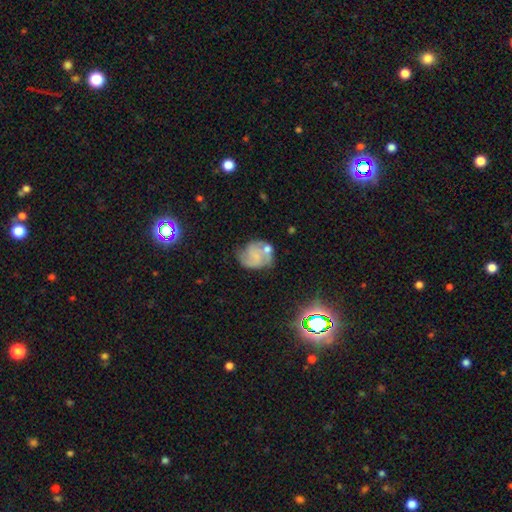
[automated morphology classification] Overall: featured or disk (60%; smooth 31%). Edge-on disk: no (98%). Bar: no (63%; weak 31%). Spiral arms: yes (84%). Bulge size: none (44%; small 39%). Merging: none (47%; minor disturbance 25%).